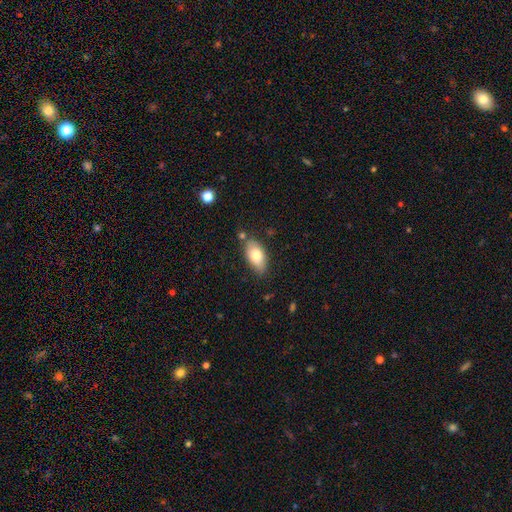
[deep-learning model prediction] This is likely a smooth galaxy (76%). How rounded: clearly in between (92%). Merging: likely none (76%).